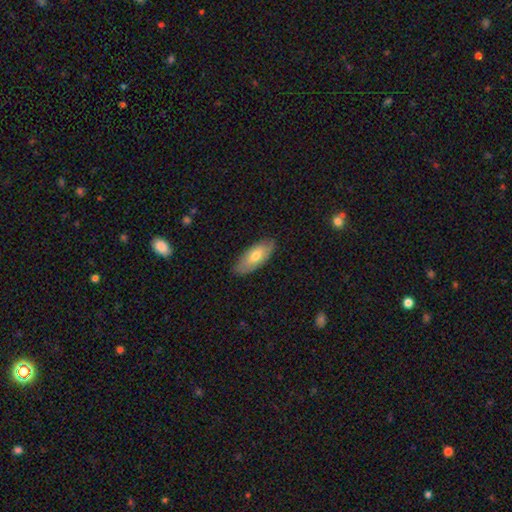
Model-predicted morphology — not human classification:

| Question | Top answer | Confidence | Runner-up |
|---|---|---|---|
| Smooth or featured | smooth | 70% | featured or disk (25%) |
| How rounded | in between | 82% | cigar-shaped (15%) |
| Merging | none | 83% | minor disturbance (14%) |